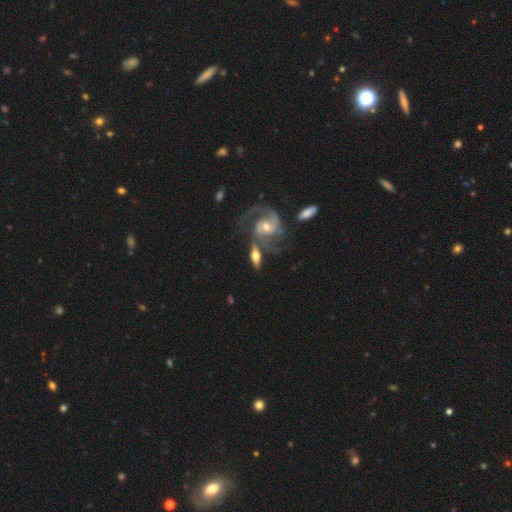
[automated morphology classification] type=featured or disk (65%); edge-on=no (69%); merging=none (48%).